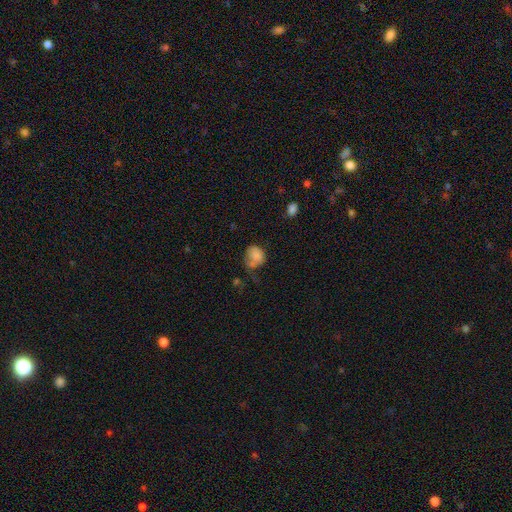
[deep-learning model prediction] Morphology: type=smooth (77%); roundness=round (56%); merging=none (35%).